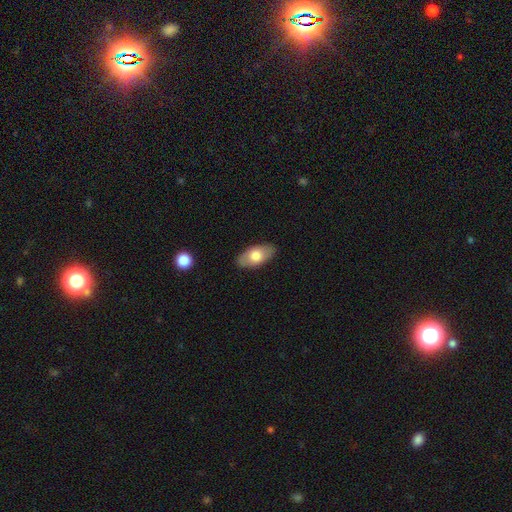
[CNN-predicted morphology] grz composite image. It shows a smooth galaxy with no disk features (70%) that is in between round and cigar-shaped (93%). Merging: none (86%).